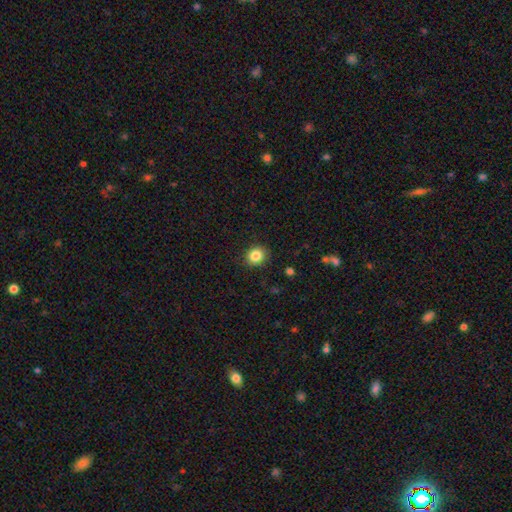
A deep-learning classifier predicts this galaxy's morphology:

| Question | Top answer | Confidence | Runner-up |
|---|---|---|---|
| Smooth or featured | smooth | 85% | star or artifact (10%) |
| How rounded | round | 75% | in between (24%) |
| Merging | none | 89% | minor disturbance (8%) |